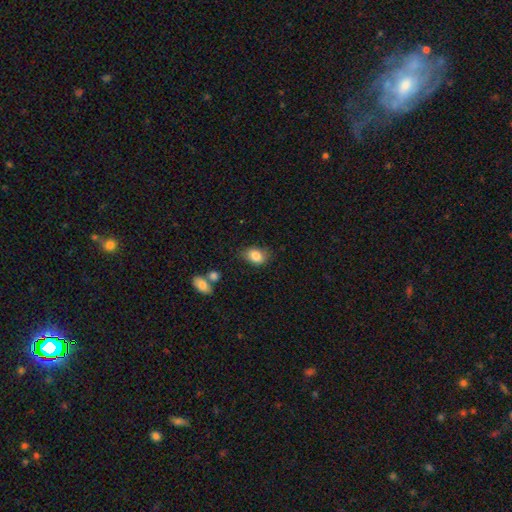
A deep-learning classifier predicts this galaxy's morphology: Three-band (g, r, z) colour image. It shows a smooth galaxy with no disk features (84%) that is in between round and cigar-shaped (78%). Merging: none (72%).